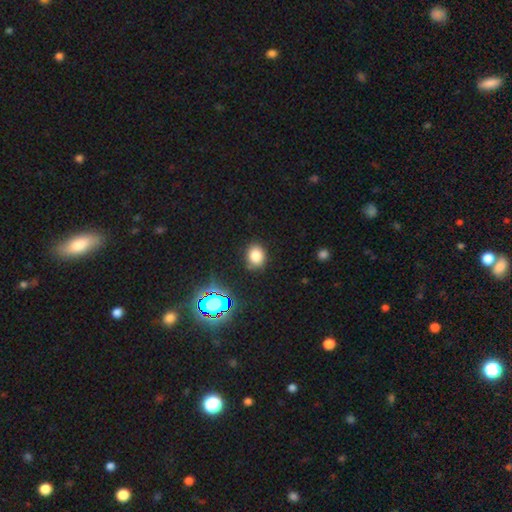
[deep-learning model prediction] smooth_or_featured: smooth (p=0.79) [alt: star or artifact p=0.15]
how_rounded: round (p=0.55) [alt: in between p=0.44]
merging: none (p=0.84) [alt: minor disturbance p=0.12]